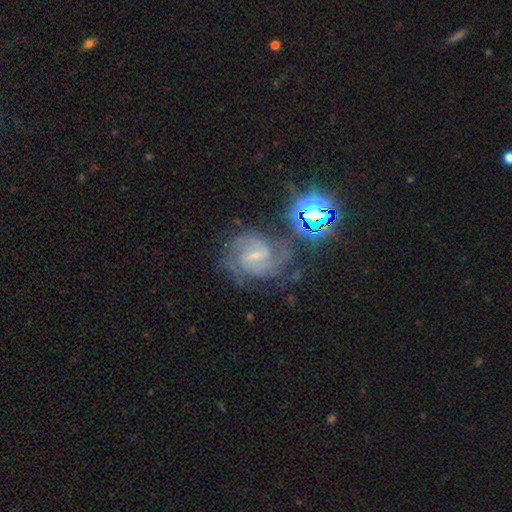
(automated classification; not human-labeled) smooth-or-featured: featured or disk: 75% | star or artifact: 13% | smooth: 12%
  disk-edge-on: no: 97% | yes: 3%
    bar: weak: 57% | strong: 26% | no: 17%
    has-spiral-arms: yes: 93% | no: 7%
      spiral-winding: medium: 47% | tight: 40% | loose: 14%
      spiral-arm-count: 2: 45% | can't tell: 26% | 3: 16% | 4: 5% | 1: 4% | more than 4: 4%
    bulge-size: small: 59% | moderate: 24% | none: 14% | large: 2% | dominant: 1%
  merging: none: 55% | minor disturbance: 21% | major disturbance: 16% | merger: 7%